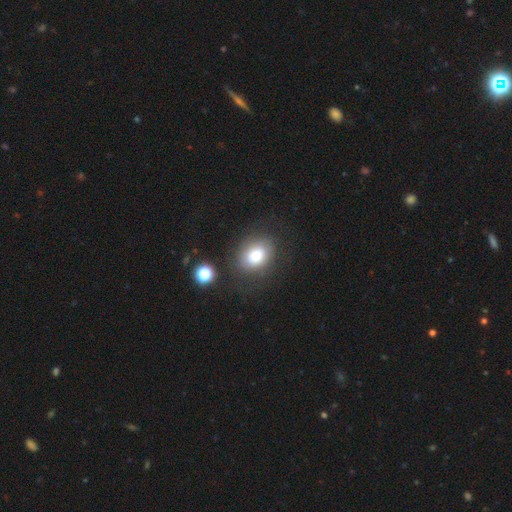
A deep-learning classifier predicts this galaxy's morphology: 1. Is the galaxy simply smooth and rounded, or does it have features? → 73% smooth, 16% featured or disk, 11% star or artifact.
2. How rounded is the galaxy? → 57% in between, 42% round, 1% cigar-shaped.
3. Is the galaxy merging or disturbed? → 73% none, 15% minor disturbance, 8% major disturbance, 3% merger.